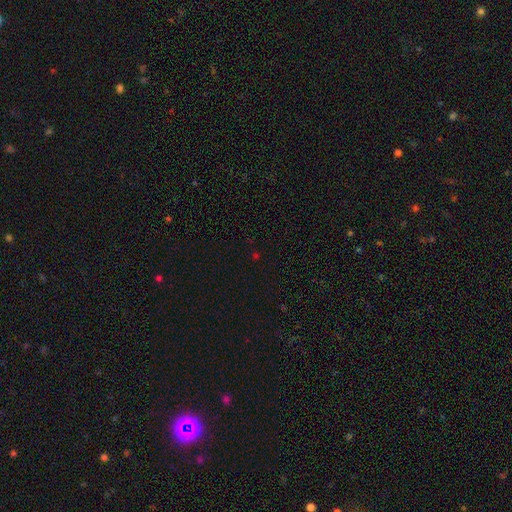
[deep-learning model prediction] This appears to be a star or artifact, not a galaxy (65%).